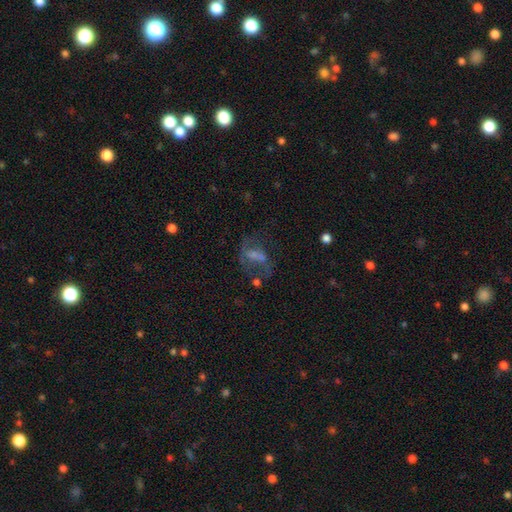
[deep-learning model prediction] A featured or disk galaxy (50%).

Vote fractions:
- Smooth or featured? featured or disk: 50% / smooth: 33% / star or artifact: 17%
- Edge-on disk? no: 96% / yes: 4%
- Merging? major disturbance: 36% / none: 33% / minor disturbance: 16% / merger: 15%